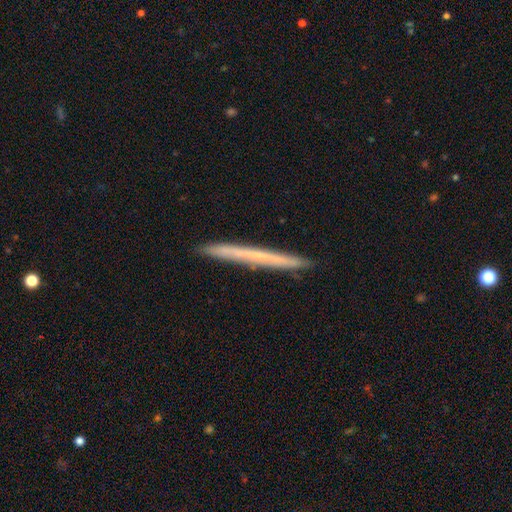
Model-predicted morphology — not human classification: Overall: featured or disk (47%, tied with smooth). Merging: none (91%).